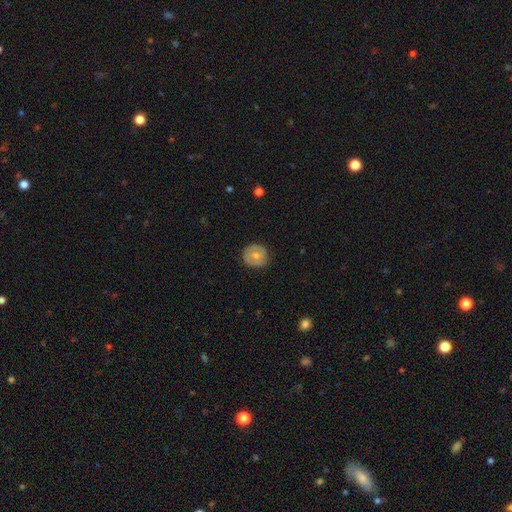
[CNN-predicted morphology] Smooth or featured?
  - smooth: 49% *
  - featured or disk: 44%
  - star or artifact: 6%
Merging?
  - none: 83% *
  - minor disturbance: 13%
  - major disturbance: 3%
  - merger: 1%